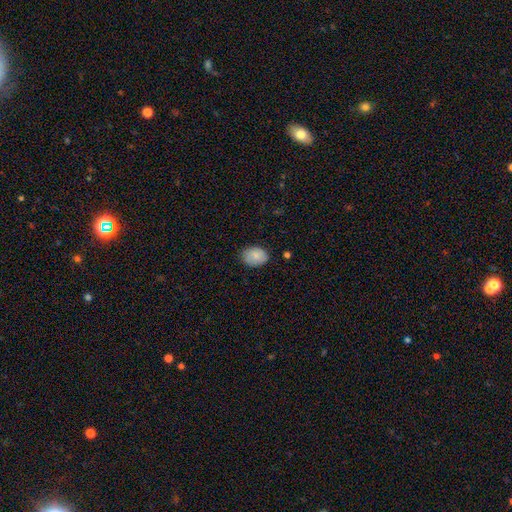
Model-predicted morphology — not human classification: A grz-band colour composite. It shows a smooth galaxy with no disk features (84%) that is in between round and cigar-shaped (66%). Merging: none (78%).